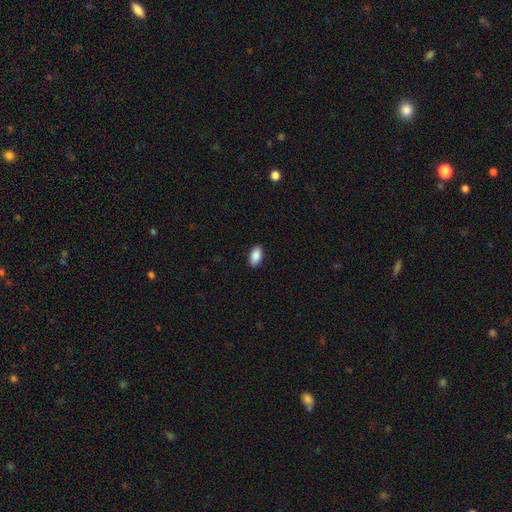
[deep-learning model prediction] Smooth or featured: smooth — 89% (star or artifact — 7%)
How rounded: in between — 94% (round — 3%)
Merging: none — 90% (minor disturbance — 7%)